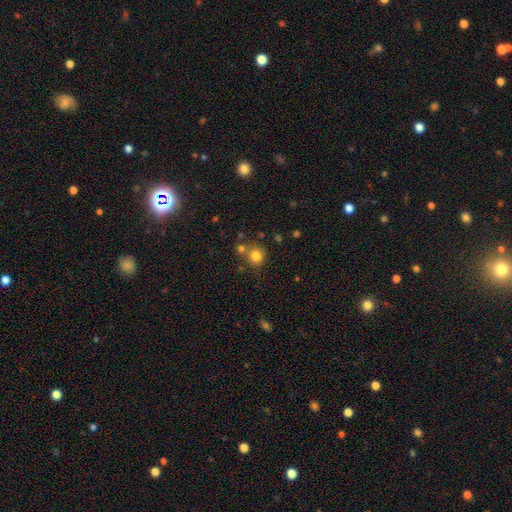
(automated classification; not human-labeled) Morphology: type=smooth (80%); roundness=round (84%); merging=none (66%).